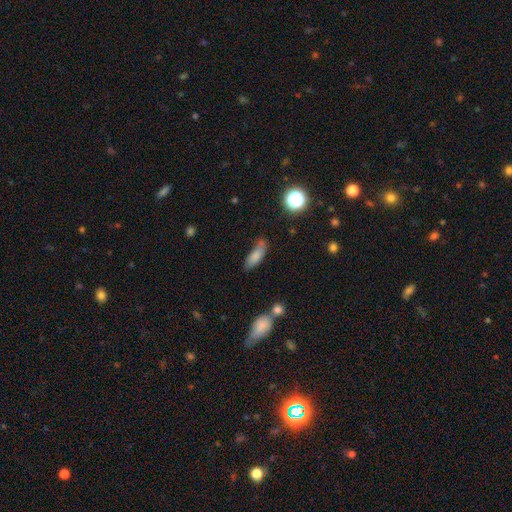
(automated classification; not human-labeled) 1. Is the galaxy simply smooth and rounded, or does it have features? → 78% smooth, 12% featured or disk, 10% star or artifact.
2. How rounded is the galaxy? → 59% in between, 38% cigar-shaped, 3% round.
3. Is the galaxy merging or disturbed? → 57% none, 29% minor disturbance, 9% major disturbance, 6% merger.